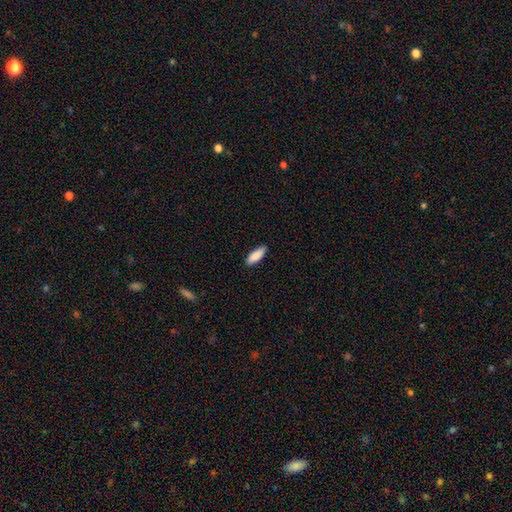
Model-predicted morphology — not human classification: type=smooth (89%); roundness=in between (64%); merging=none (86%).